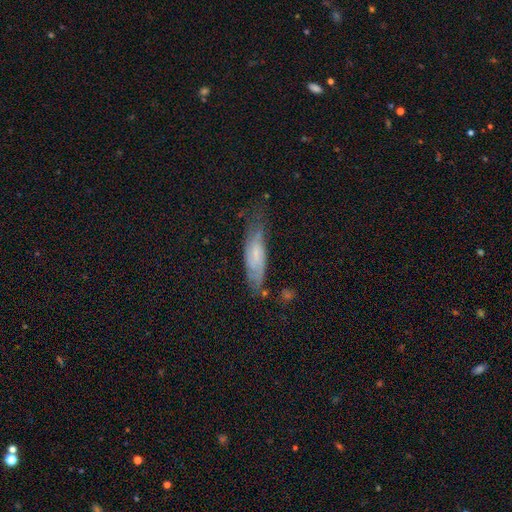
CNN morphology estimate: featured or disk 53%, smooth 38%, star or artifact 9%. Down the decision tree: edge-on disk — no (73%); merging — none (55%).